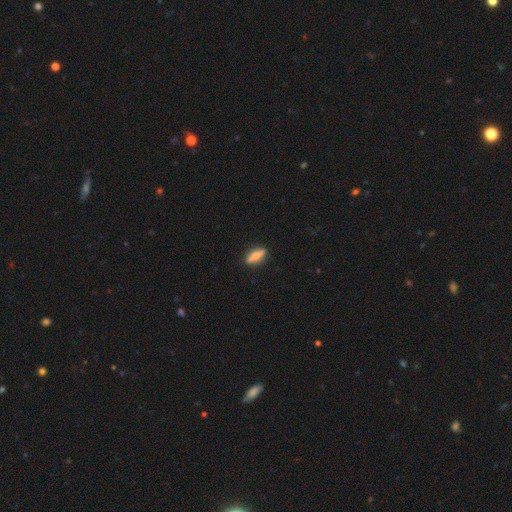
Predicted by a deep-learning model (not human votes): This is likely a smooth galaxy (65%). How rounded: possibly cigar-shaped (54%). Merging: clearly none (87%).